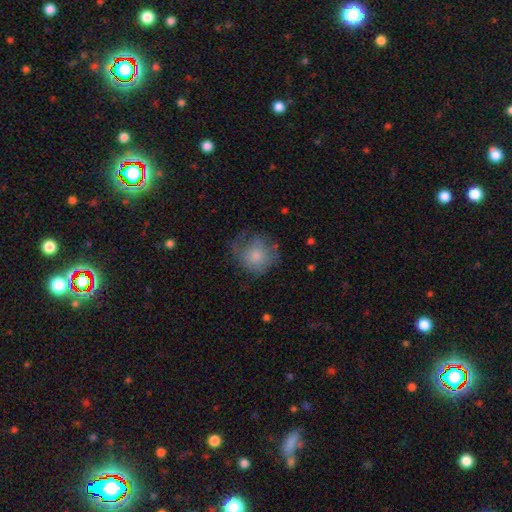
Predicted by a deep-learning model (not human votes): smooth-or-featured: smooth: 68% | featured or disk: 24% | star or artifact: 8%
  how-rounded: round: 84% | in between: 15% | cigar-shaped: 1%
  merging: none: 42% | minor disturbance: 29% | major disturbance: 27% | merger: 2%